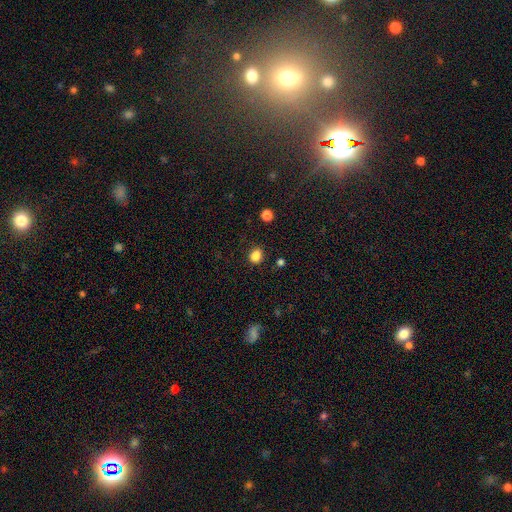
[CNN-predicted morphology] A smooth galaxy with no disk features (85%) that is round (59%). Merging: none (83%).